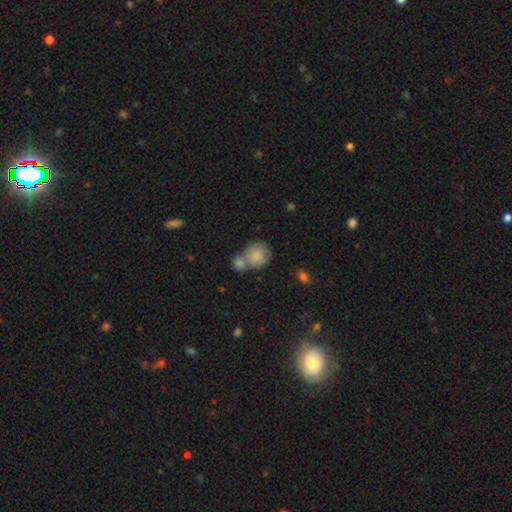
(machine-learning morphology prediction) Smooth or featured? Predicted: smooth (p=0.84). How rounded? Predicted: round (p=0.75). Merging? Predicted: merger (p=0.49).